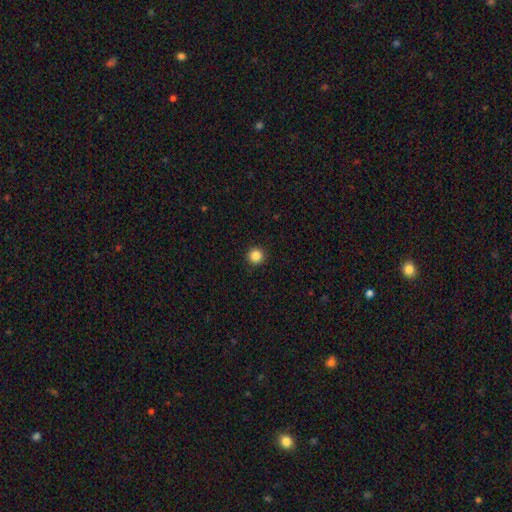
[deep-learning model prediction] The model was most divided on "smooth or featured": smooth: 86%, star or artifact: 11%, featured or disk: 3%. More confident: how rounded — round (96%); merging — none (93%).